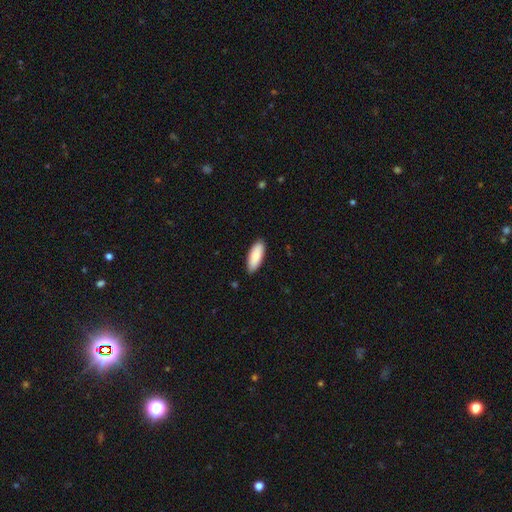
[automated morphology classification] smooth 85%, featured or disk 10%, star or artifact 5%. Down the decision tree: how rounded — in between (75%); merging — none (87%).